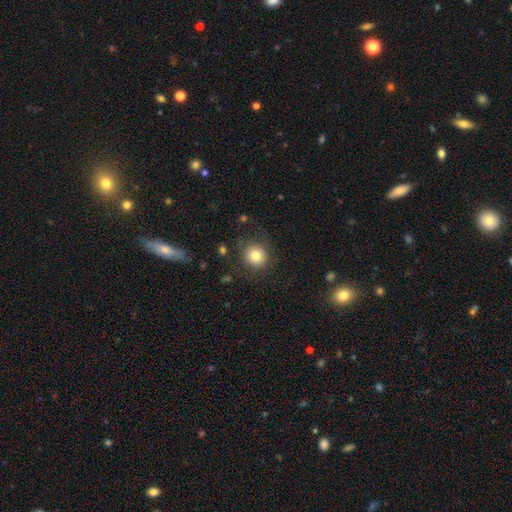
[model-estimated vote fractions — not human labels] The model was most divided on "smooth or featured": smooth: 80%, star or artifact: 11%, featured or disk: 9%. More confident: how rounded — round (89%); merging — none (82%).